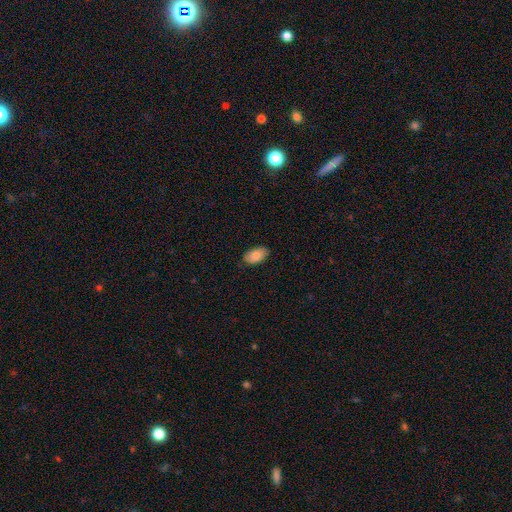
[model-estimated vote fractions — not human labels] smooth 85%, featured or disk 8%, star or artifact 6%. Down the decision tree: how rounded — in between (95%); merging — none (84%).